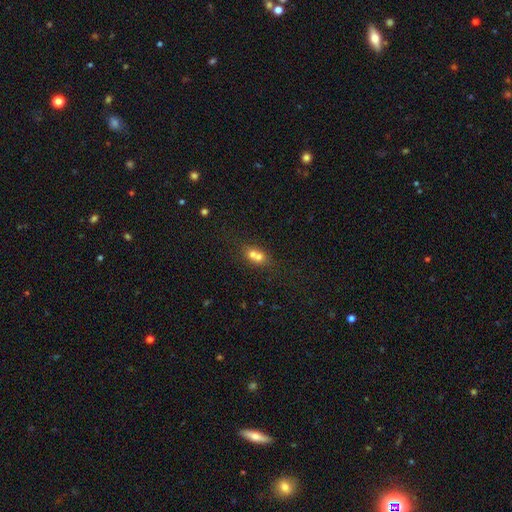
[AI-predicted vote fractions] Overall: smooth (65%). How rounded: round (56%; in between 41%). Merging: merger (66%).